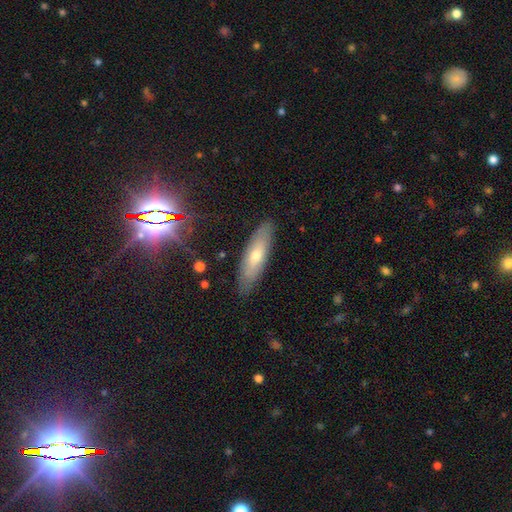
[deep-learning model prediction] Overall: smooth (50%; featured or disk 37%). How rounded: cigar-shaped (57%; in between 40%). Merging: none (85%).